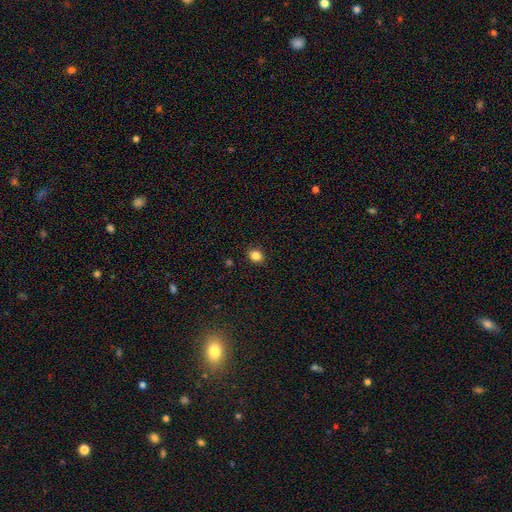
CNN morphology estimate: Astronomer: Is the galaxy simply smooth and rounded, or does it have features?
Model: smooth — 84%.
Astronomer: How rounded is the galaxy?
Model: round — 60% (runner-up: in between, 39%).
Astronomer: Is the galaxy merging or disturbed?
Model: none — 90%.